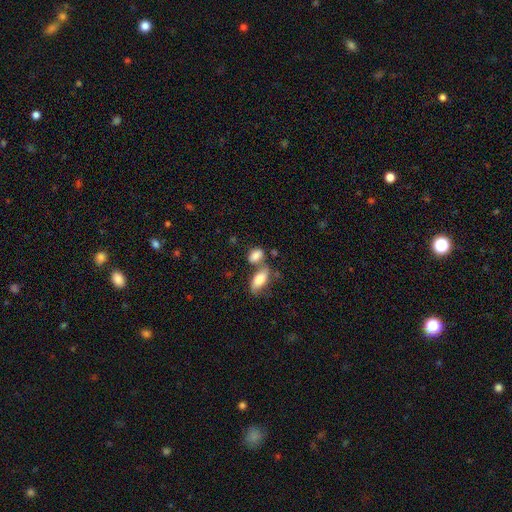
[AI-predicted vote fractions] smooth-or-featured: smooth: 81% | featured or disk: 11% | star or artifact: 8%
  how-rounded: in between: 86% | round: 8% | cigar-shaped: 6%
  merging: merger: 44% | none: 39% | minor disturbance: 12% | major disturbance: 5%